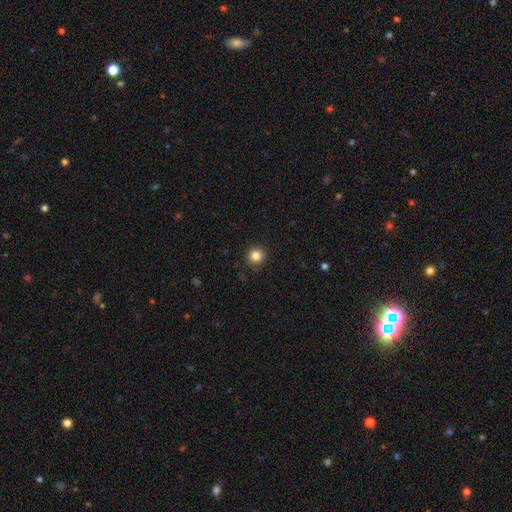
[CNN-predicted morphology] A smooth galaxy with no disk features (84%) that is round (94%).

Vote fractions:
- Smooth or featured? smooth: 84% / star or artifact: 11% / featured or disk: 5%
- How rounded? round: 94% / in between: 5% / cigar-shaped: 1%
- Merging? none: 91% / minor disturbance: 6% / major disturbance: 2% / merger: 1%